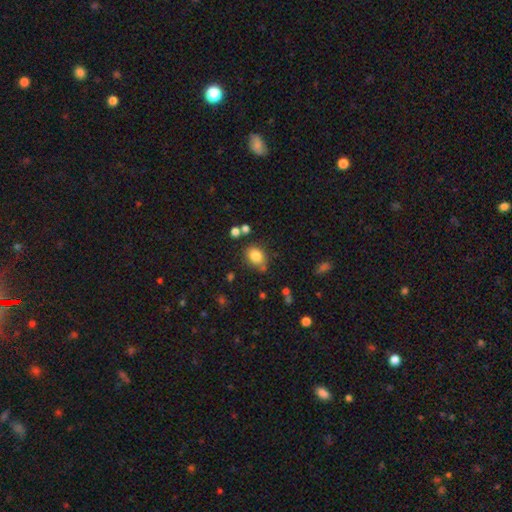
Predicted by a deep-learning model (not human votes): smooth_or_featured: smooth (p=0.83) [alt: star or artifact p=0.10]
how_rounded: in between (p=0.58) [alt: round p=0.41]
merging: none (p=0.69) [alt: minor disturbance p=0.18]